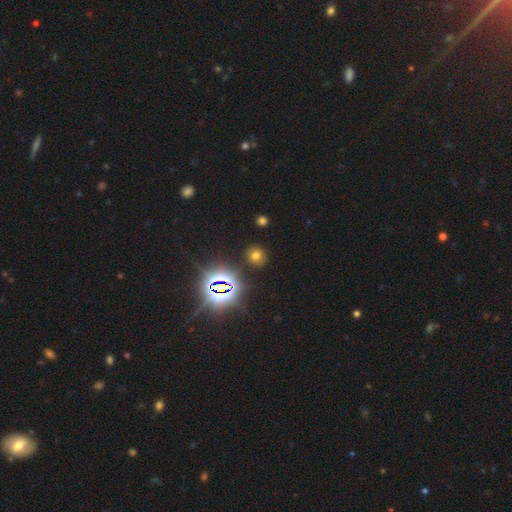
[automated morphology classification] Smooth or featured: smooth — 62% (star or artifact — 30%)
How rounded: round — 84% (in between — 15%)
Merging: none — 87% (minor disturbance — 8%)